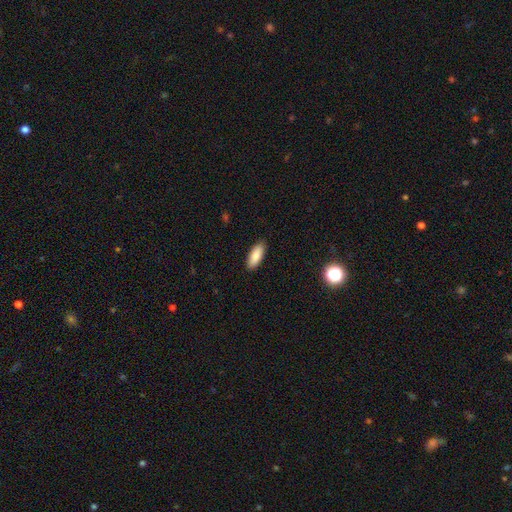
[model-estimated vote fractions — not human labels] This appears to be a smooth galaxy with no disk features (87%) that is in between round and cigar-shaped (76%). Merging: none (90%).